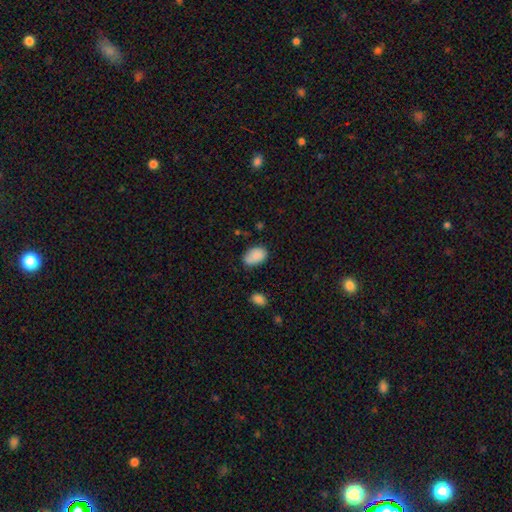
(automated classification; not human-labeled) Overall: smooth (86%). How rounded: in between (89%). Merging: none (66%).